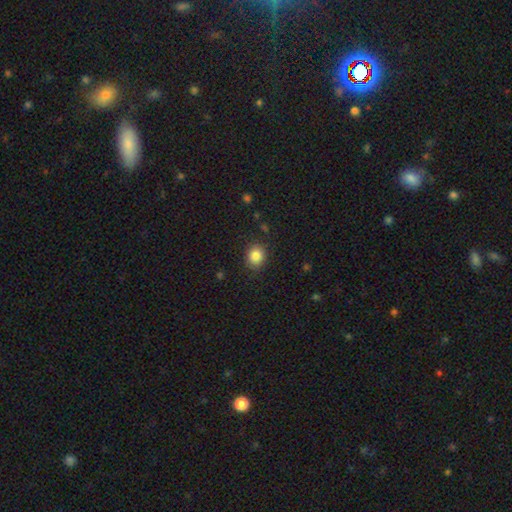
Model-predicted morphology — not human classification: A smooth galaxy with no disk features (85%) that is round (71%). Merging: none (86%).